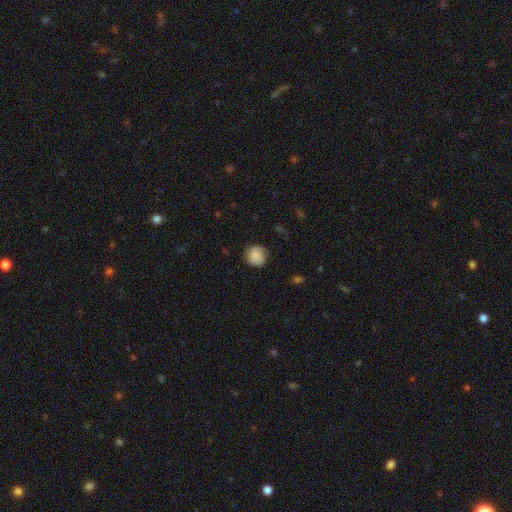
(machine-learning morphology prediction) A smooth galaxy with no disk features (85%) that is round (88%).

Vote fractions:
- Smooth or featured? smooth: 85% / star or artifact: 8% / featured or disk: 8%
- How rounded? round: 88% / in between: 11% / cigar-shaped: 1%
- Merging? none: 78% / minor disturbance: 17% / major disturbance: 4% / merger: 1%